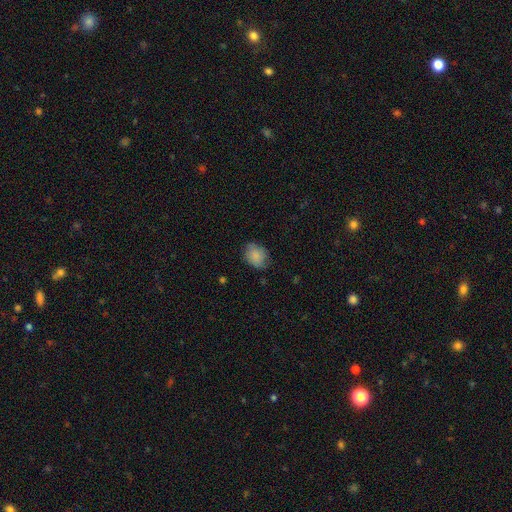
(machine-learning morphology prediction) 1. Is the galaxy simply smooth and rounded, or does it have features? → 85% smooth, 7% featured or disk, 7% star or artifact.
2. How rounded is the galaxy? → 58% in between, 41% round, 1% cigar-shaped.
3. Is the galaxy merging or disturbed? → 75% none, 20% minor disturbance, 4% major disturbance, 1% merger.